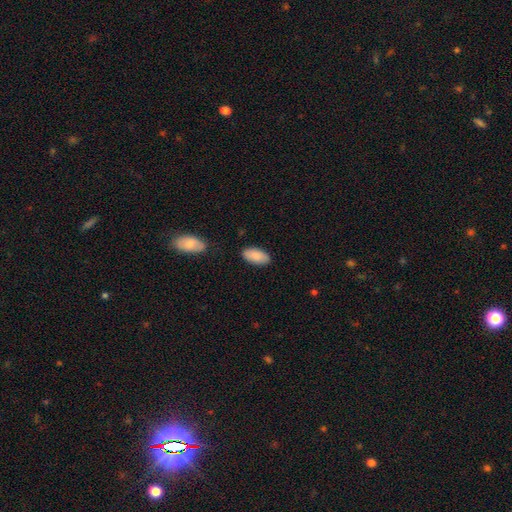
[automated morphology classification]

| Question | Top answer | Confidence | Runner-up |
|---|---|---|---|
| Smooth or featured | smooth | 87% | featured or disk (7%) |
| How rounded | in between | 93% | cigar-shaped (4%) |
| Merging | none | 86% | minor disturbance (10%) |